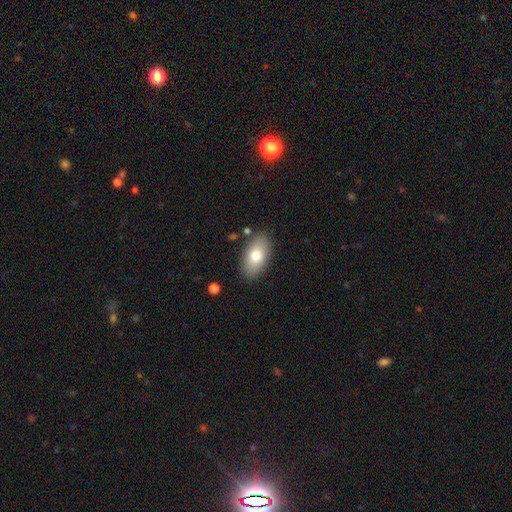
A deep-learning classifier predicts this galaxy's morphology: The model was most divided on "smooth or featured": smooth: 76%, featured or disk: 17%, star or artifact: 7%. More confident: how rounded — in between (93%); merging — none (85%).